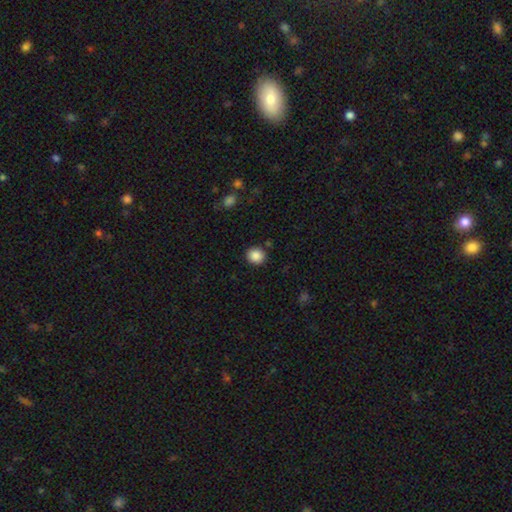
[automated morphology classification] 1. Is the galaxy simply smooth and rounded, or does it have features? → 88% smooth, 9% star or artifact, 3% featured or disk.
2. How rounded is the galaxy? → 88% round, 11% in between, 1% cigar-shaped.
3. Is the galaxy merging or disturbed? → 89% none, 7% minor disturbance, 2% merger, 2% major disturbance.